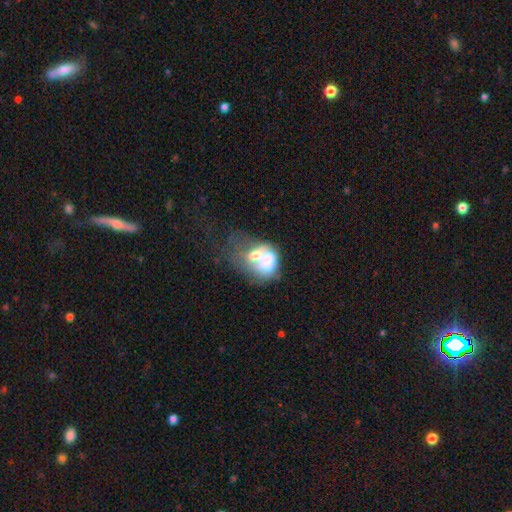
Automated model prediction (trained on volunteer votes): The model was most divided on "smooth or featured": smooth: 51%, featured or disk: 38%, star or artifact: 11%. More confident: merging — merger (63%); how rounded — in between (62%).